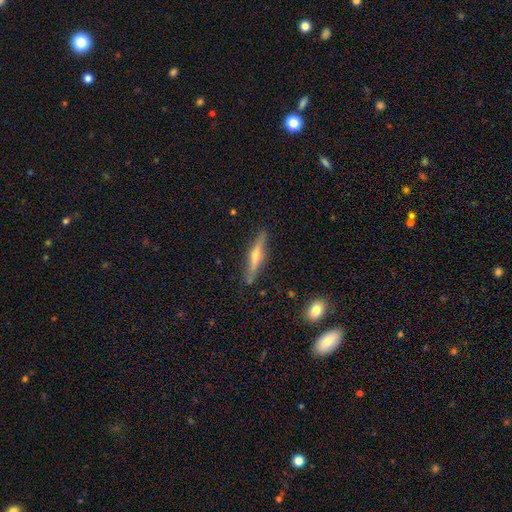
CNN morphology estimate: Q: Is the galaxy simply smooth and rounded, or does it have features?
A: featured or disk — 68%.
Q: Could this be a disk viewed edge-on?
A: yes — 96%.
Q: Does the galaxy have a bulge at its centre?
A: rounded — 87%.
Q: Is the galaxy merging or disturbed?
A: none — 87%.